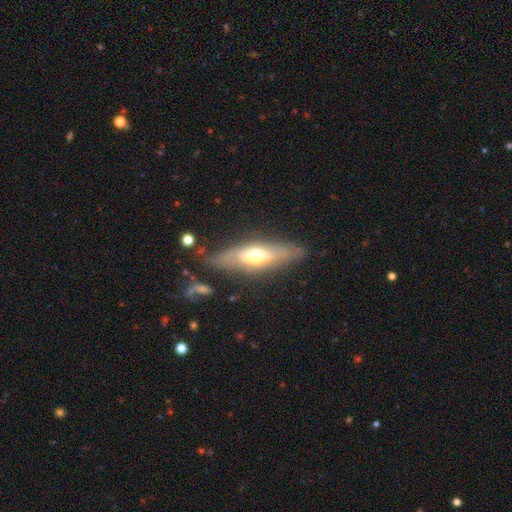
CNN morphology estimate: Smooth or featured? Predicted: featured or disk (p=0.53). Edge-on disk? Predicted: yes (p=0.64). Merging? Predicted: none (p=0.75).